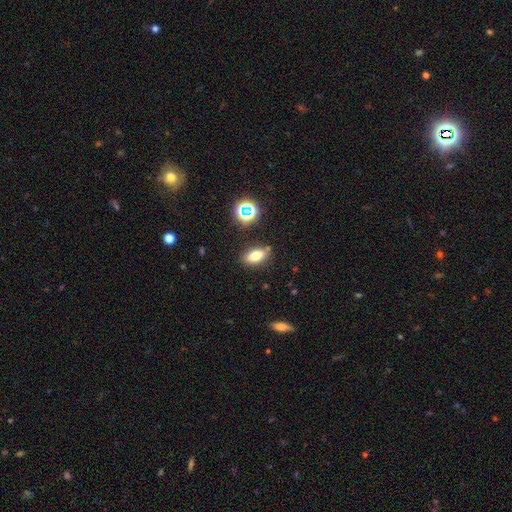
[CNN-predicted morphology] smooth_or_featured: smooth (p=0.71) [alt: featured or disk p=0.15]
how_rounded: in between (p=0.80) [alt: cigar-shaped p=0.11]
merging: none (p=0.81) [alt: minor disturbance p=0.12]